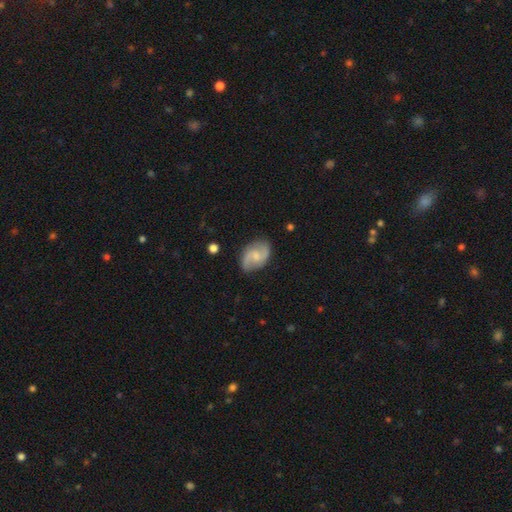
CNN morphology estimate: The model was most divided on "bar": weak: 48%, no: 44%, strong: 7%. Remaining: edge-on disk — no (98%); spiral arms — yes (95%); spiral arm count — 2 (91%); merging — none (80%); smooth or featured — featured or disk (76%); bulge size — small (49%); spiral winding — medium (47%).